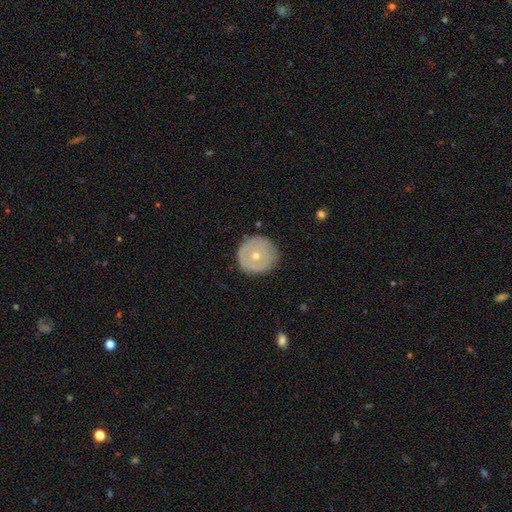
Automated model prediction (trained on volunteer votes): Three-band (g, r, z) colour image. It shows a smooth galaxy with no disk features (54%) that is round (95%). Merging: none (86%).